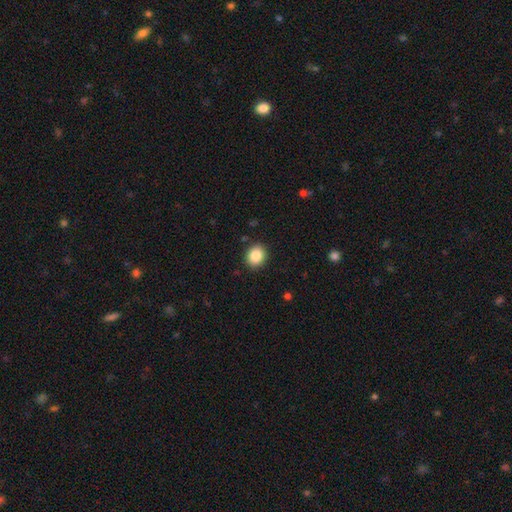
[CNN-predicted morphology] The model was most divided on "how rounded": round: 66%, in between: 33%, cigar-shaped: 1%. More confident: merging — none (89%); smooth or featured — smooth (87%).